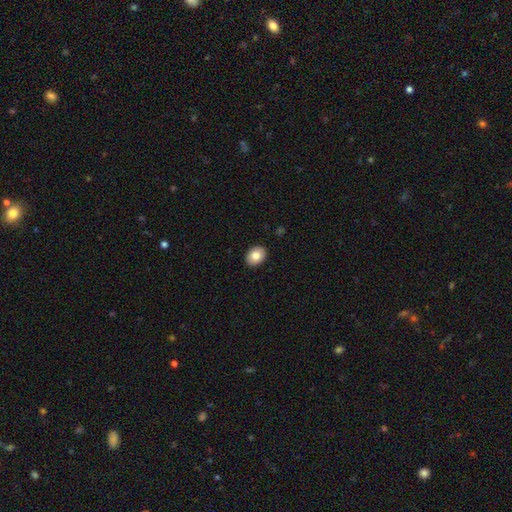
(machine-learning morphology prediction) The model was most divided on "how rounded": in between: 72%, round: 27%, cigar-shaped: 1%. More confident: merging — none (91%); smooth or featured — smooth (82%).